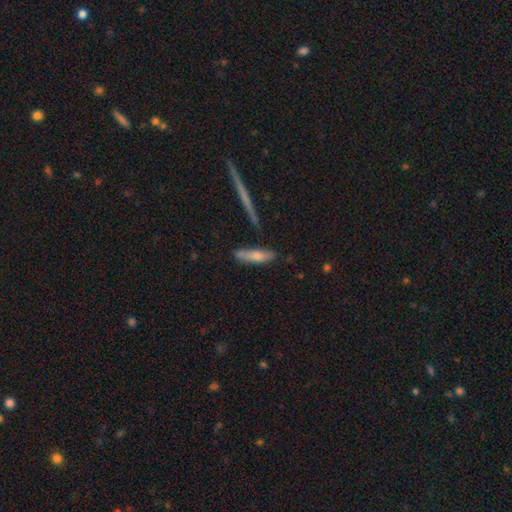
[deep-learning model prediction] Smooth or featured? Predicted: smooth (p=0.68). How rounded? Predicted: cigar-shaped (p=0.70). Merging? Predicted: none (p=0.70).